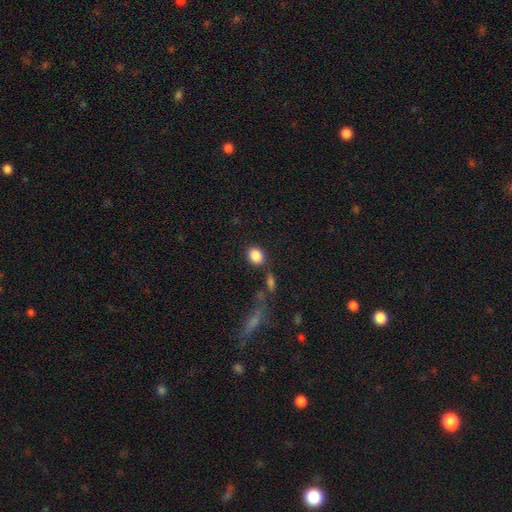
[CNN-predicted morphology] type=smooth (87%); roundness=in between (55%); merging=none (75%).